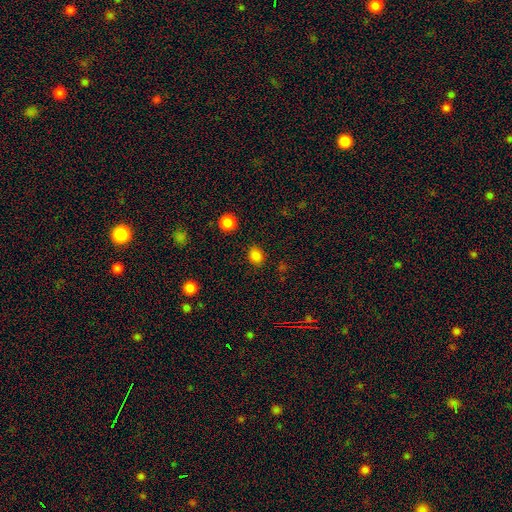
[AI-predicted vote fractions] smooth_or_featured: smooth (p=0.83) [alt: star or artifact p=0.14]
how_rounded: round (p=0.59) [alt: in between p=0.40]
merging: none (p=0.87) [alt: minor disturbance p=0.09]